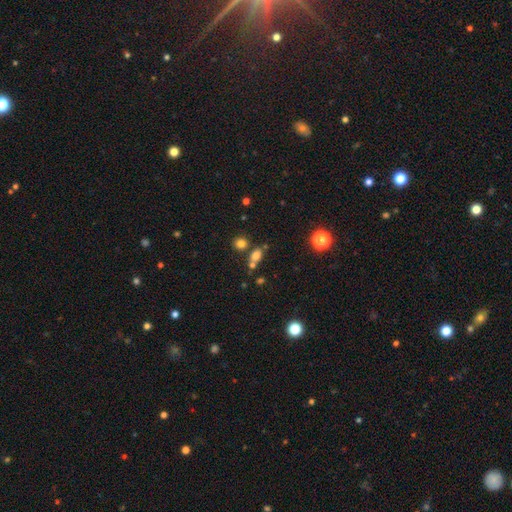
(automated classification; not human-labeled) Overall: smooth (75%). How rounded: in between (58%; round 39%). Merging: none (58%; merger 25%).